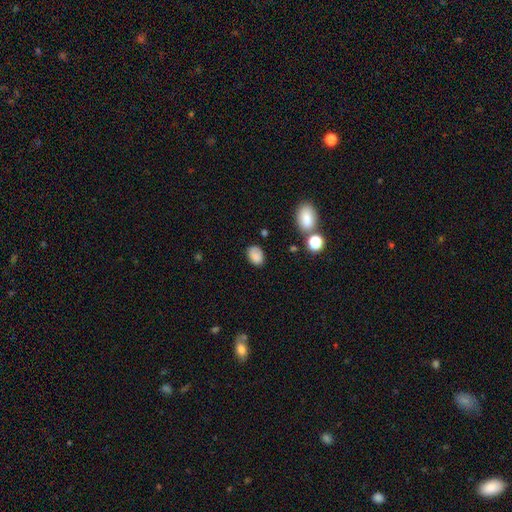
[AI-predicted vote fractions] The model was most divided on "how rounded": in between: 72%, round: 27%, cigar-shaped: 1%. More confident: smooth or featured — smooth (83%); merging — none (72%).